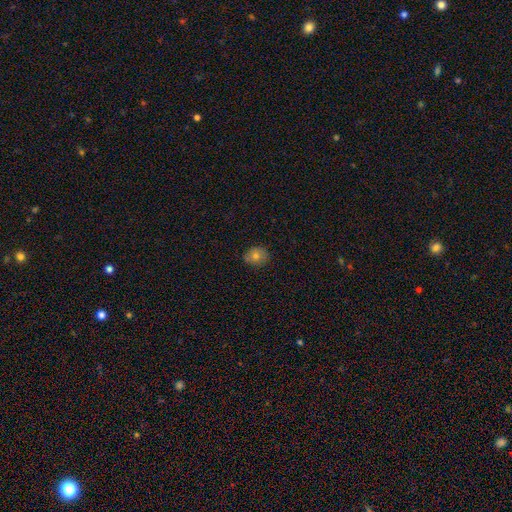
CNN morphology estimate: smooth-or-featured: smooth: 74% | star or artifact: 13% | featured or disk: 13%
  how-rounded: round: 73% | in between: 26% | cigar-shaped: 1%
  merging: none: 80% | minor disturbance: 16% | major disturbance: 3% | merger: 2%